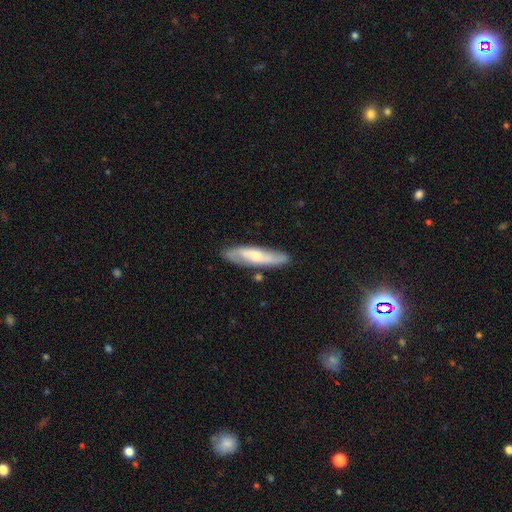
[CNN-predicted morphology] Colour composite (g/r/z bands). It shows a featured or disk galaxy (54%). Merging: none (82%).